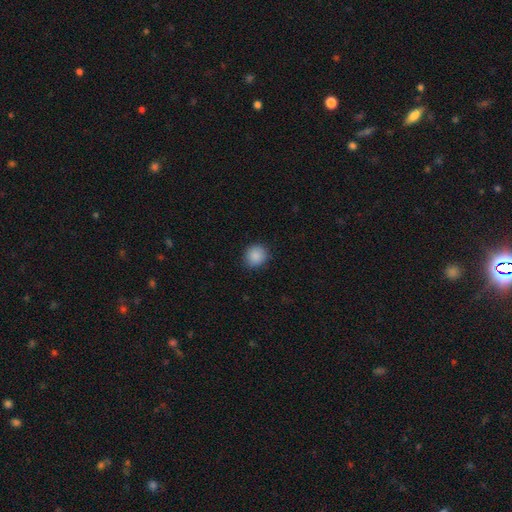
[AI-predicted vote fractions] Q: Smooth or featured?
A: smooth (88%); runner-up: star or artifact (9%)
Q: How rounded?
A: round (84%); runner-up: in between (15%)
Q: Merging?
A: none (87%); runner-up: minor disturbance (9%)